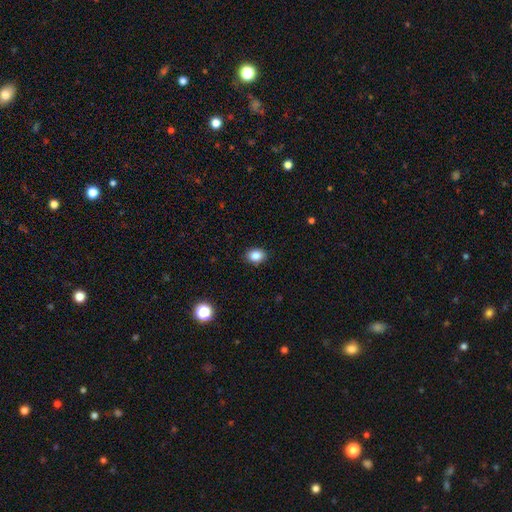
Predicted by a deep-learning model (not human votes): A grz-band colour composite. It shows a smooth galaxy with no disk features (86%) that is in between round and cigar-shaped (60%). Merging: none (89%).